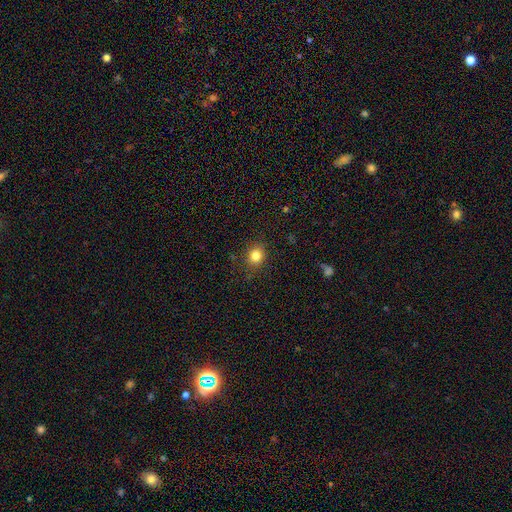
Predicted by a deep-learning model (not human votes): Smooth or featured: smooth — 81% (star or artifact — 12%)
How rounded: round — 74% (in between — 25%)
Merging: none — 87% (minor disturbance — 10%)